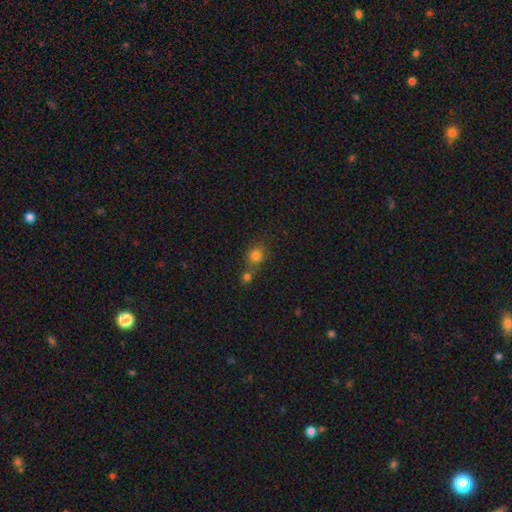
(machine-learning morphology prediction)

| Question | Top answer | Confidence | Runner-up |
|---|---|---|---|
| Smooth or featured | smooth | 78% | star or artifact (15%) |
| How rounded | round | 78% | in between (21%) |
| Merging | none | 53% | merger (34%) |